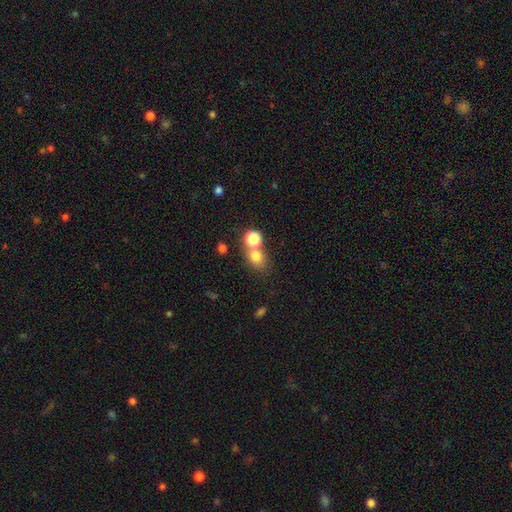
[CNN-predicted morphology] type=smooth (76%); roundness=round (59%); merging=none (49%).